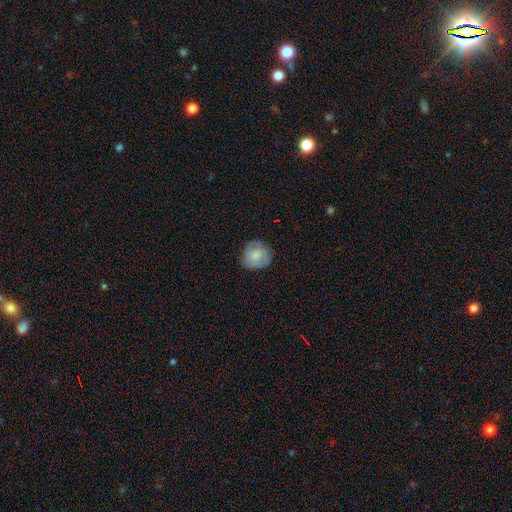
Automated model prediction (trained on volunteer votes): Morphology: type=smooth (76%); roundness=round (86%); merging=none (79%).